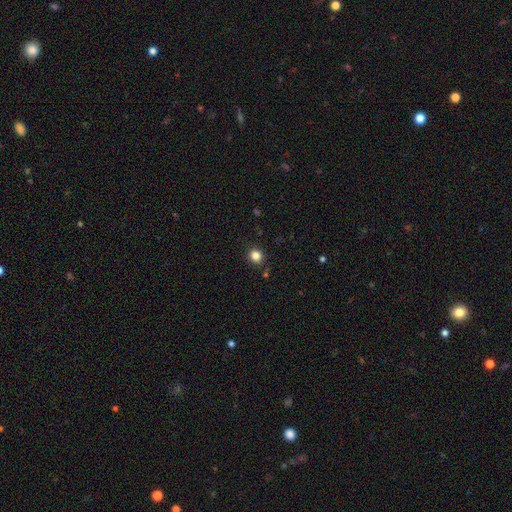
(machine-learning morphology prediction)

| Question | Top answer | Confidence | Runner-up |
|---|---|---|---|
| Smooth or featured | smooth | 83% | star or artifact (13%) |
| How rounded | round | 86% | in between (13%) |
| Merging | none | 88% | minor disturbance (8%) |